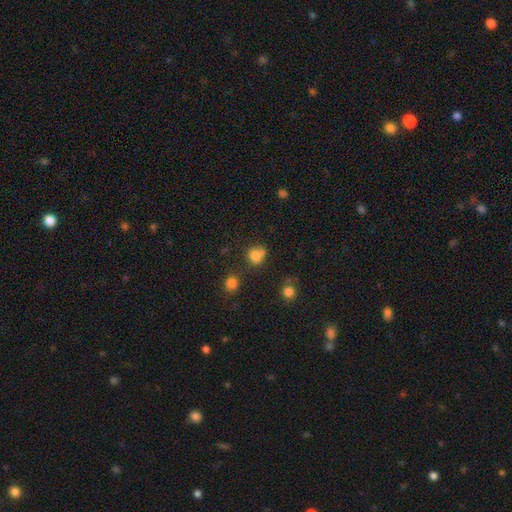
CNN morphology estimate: smooth-or-featured: smooth: 78% | star or artifact: 14% | featured or disk: 8%
  how-rounded: round: 77% | in between: 22% | cigar-shaped: 1%
  merging: none: 51% | merger: 30% | minor disturbance: 14% | major disturbance: 6%